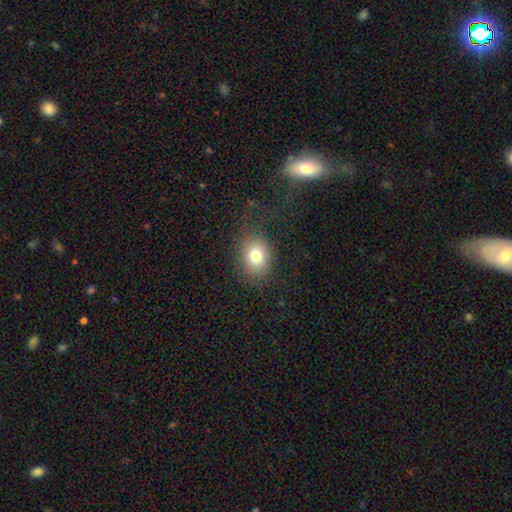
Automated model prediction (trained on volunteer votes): Q: Smooth or featured?
A: smooth (76%); runner-up: star or artifact (12%)
Q: How rounded?
A: round (52%); runner-up: in between (47%)
Q: Merging?
A: none (71%); runner-up: minor disturbance (15%)